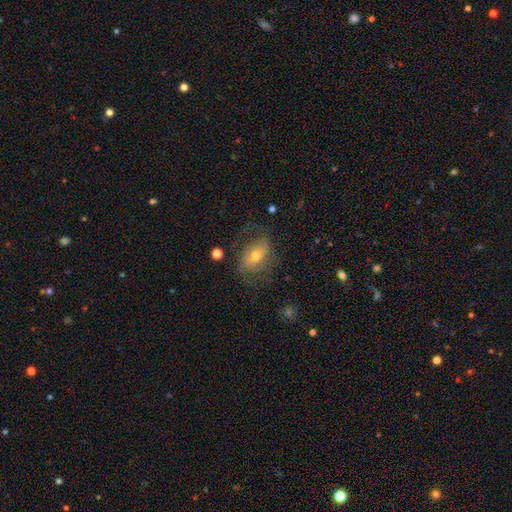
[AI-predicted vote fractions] Overall: featured or disk (62%; smooth 29%). Edge-on disk: no (94%). Bar: weak (38%; no 37%). Spiral arms: yes (81%). Bulge size: moderate (58%; small 35%). Merging: none (58%; minor disturbance 21%).